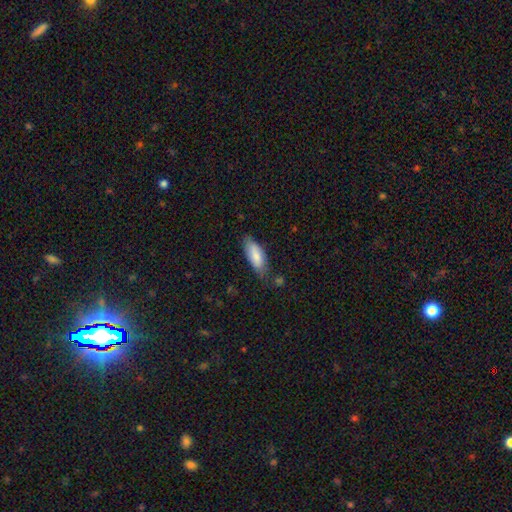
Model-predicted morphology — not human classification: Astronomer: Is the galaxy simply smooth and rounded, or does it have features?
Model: smooth — 80%.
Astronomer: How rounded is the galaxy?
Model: in between — 76%.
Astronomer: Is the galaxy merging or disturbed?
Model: none — 69%.